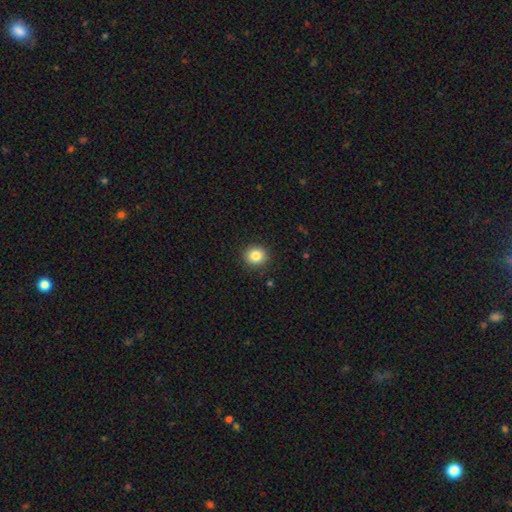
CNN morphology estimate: smooth_or_featured: smooth (p=0.83) [alt: star or artifact p=0.10]
how_rounded: round (p=0.87) [alt: in between p=0.12]
merging: none (p=0.90) [alt: minor disturbance p=0.06]